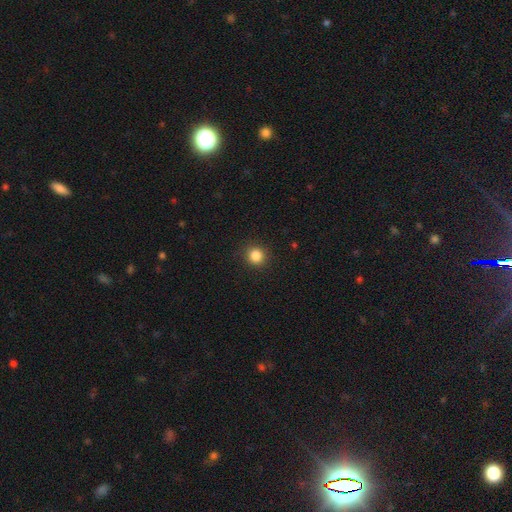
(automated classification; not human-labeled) Overall: smooth (85%). How rounded: round (91%). Merging: none (91%).